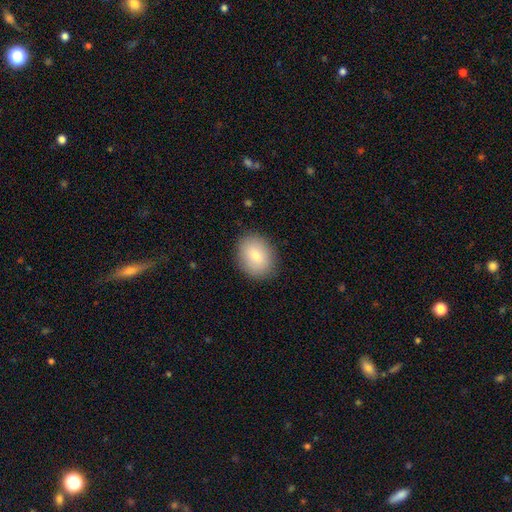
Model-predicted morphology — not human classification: This appears to be a smooth galaxy with no disk features (79%) that is in between round and cigar-shaped (53%). Merging: none (87%).